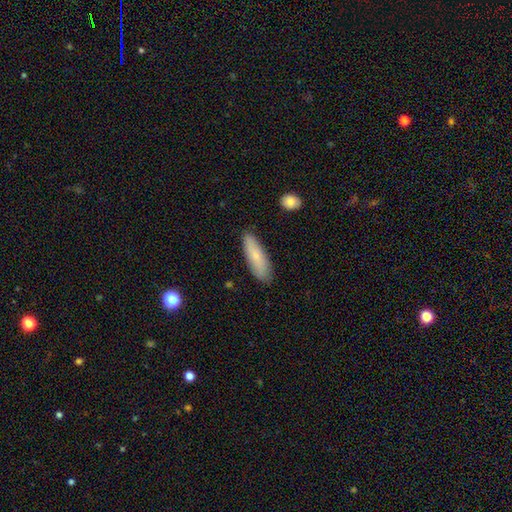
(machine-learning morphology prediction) Smooth or featured? smooth (74%)
How rounded? cigar-shaped (54%)
Merging? none (85%)